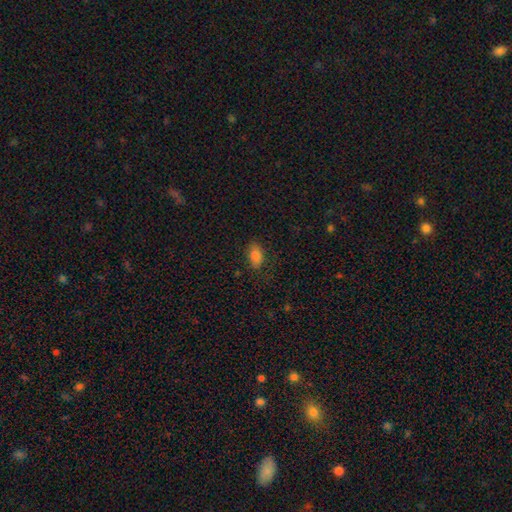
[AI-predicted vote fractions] Morphology: type=smooth (84%); roundness=in between (90%); merging=none (79%).